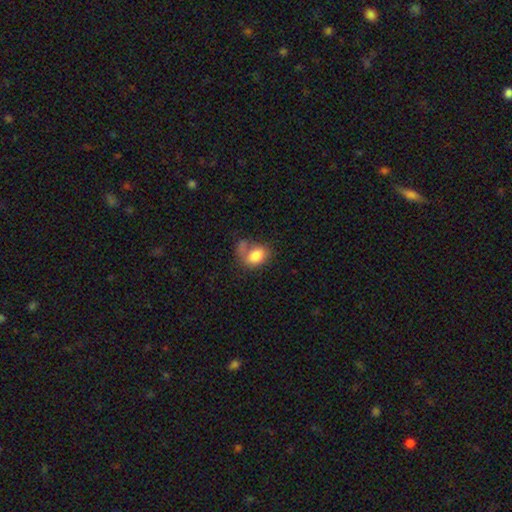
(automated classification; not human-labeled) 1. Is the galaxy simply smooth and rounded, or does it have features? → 80% smooth, 12% featured or disk, 8% star or artifact.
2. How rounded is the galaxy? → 74% in between, 25% round, 1% cigar-shaped.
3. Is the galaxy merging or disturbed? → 37% none, 23% merger, 20% minor disturbance, 20% major disturbance.